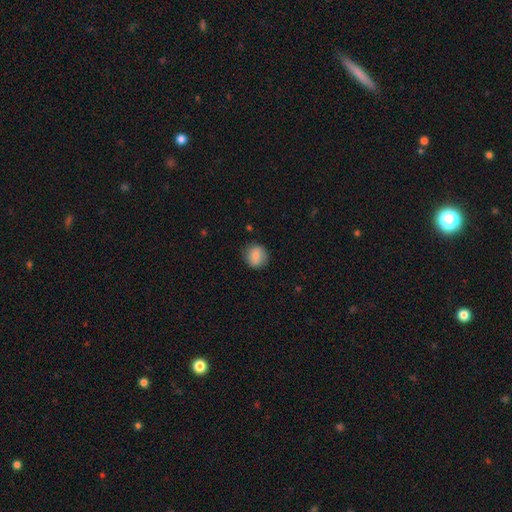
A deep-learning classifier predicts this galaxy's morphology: The model was most divided on "smooth or featured": smooth: 82%, featured or disk: 10%, star or artifact: 8%. More confident: how rounded — round (87%); merging — none (86%).